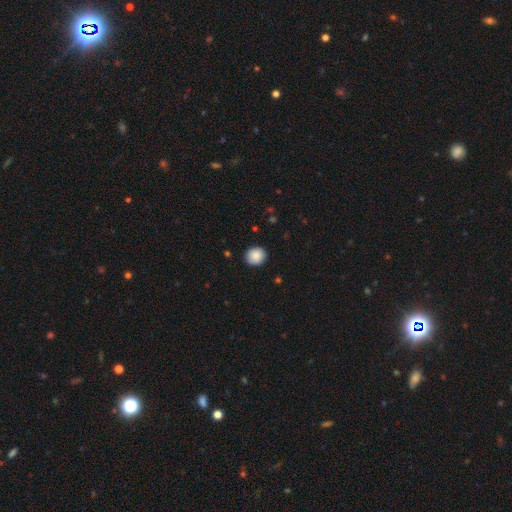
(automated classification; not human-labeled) This appears to be a smooth galaxy with no disk features (87%) that is round (84%). Merging: none (88%).